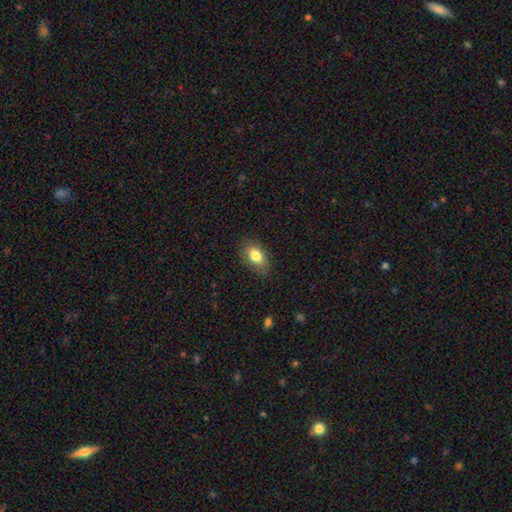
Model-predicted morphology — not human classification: This appears to be a smooth galaxy with no disk features (82%) that is in between round and cigar-shaped (89%). Merging: none (81%).